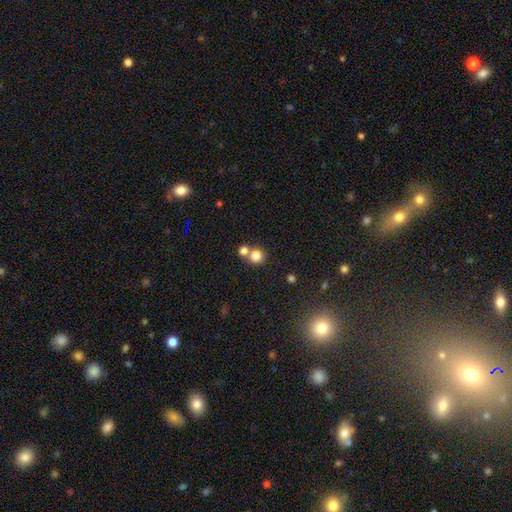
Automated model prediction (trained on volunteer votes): A smooth galaxy with no disk features (80%) that is round (88%). Merging: none (51%).